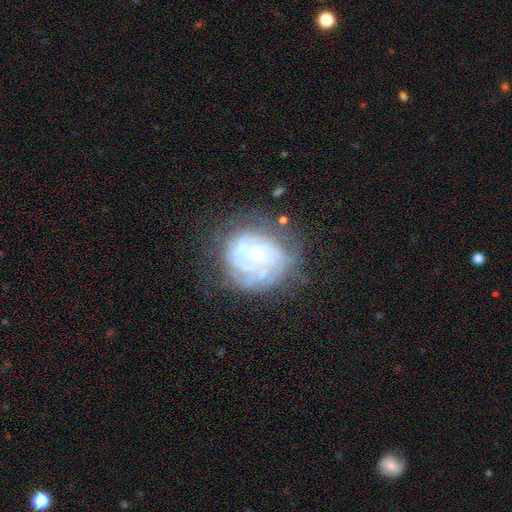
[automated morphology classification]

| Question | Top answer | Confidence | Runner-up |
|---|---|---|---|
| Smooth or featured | featured or disk | 75% | smooth (16%) |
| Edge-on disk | no | 98% | yes (2%) |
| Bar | no | 80% | weak (16%) |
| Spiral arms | yes | 77% | no (23%) |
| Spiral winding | tight | 69% | medium (23%) |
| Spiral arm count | can't tell | 49% | 3 (14%) |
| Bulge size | small | 65% | moderate (25%) |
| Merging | none | 59% | minor disturbance (20%) |